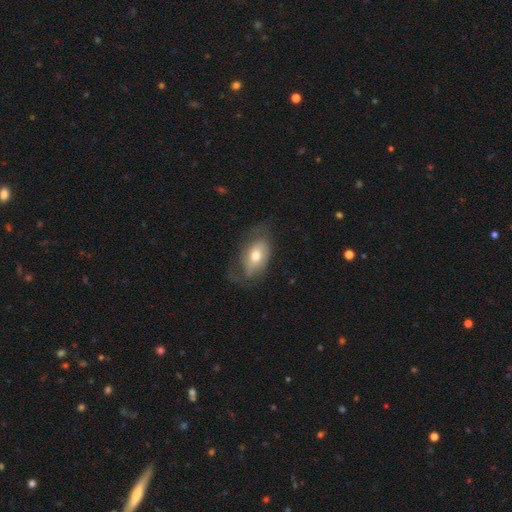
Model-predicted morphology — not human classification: Overall: smooth (53%; featured or disk 40%). How rounded: in between (88%). Merging: none (51%; minor disturbance 27%).